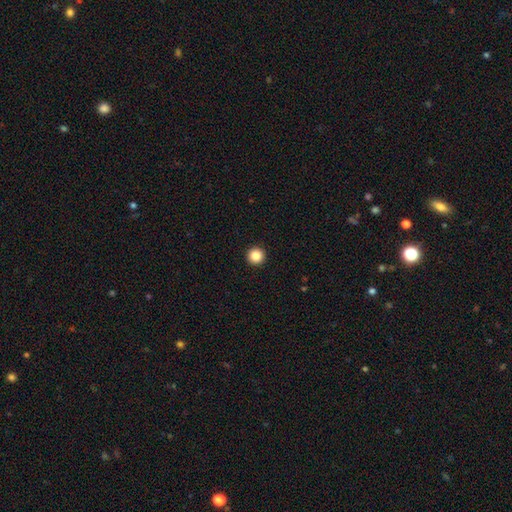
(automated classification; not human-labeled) A smooth galaxy with no disk features (86%) that is round (97%). Merging: none (95%).